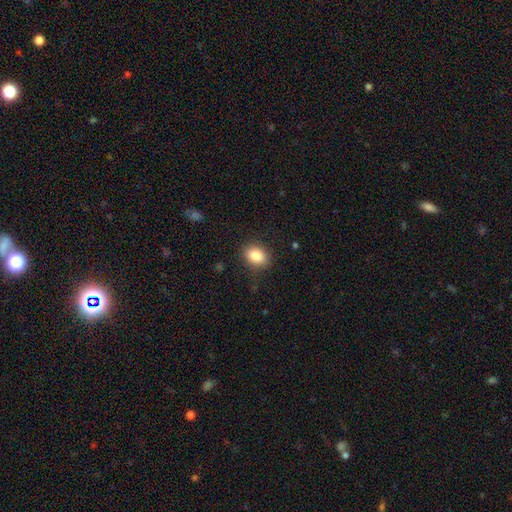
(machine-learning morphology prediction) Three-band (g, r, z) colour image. It shows a smooth galaxy with no disk features (85%) that is in between round and cigar-shaped (61%). Merging: none (85%).